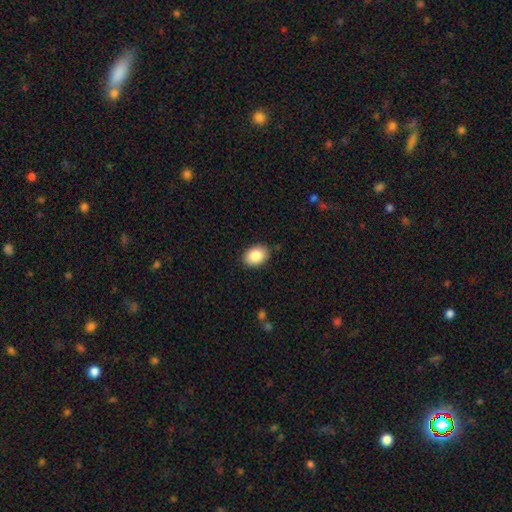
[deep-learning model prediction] Q: Smooth or featured?
A: smooth (86%); runner-up: star or artifact (8%)
Q: How rounded?
A: in between (73%); runner-up: round (26%)
Q: Merging?
A: none (87%); runner-up: minor disturbance (10%)